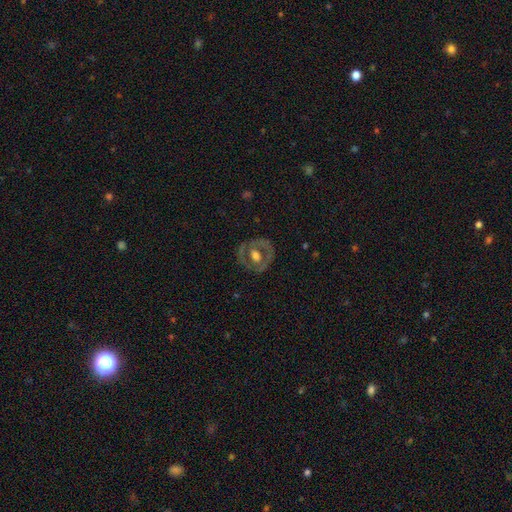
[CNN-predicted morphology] Smooth or featured: featured or disk — 60% (smooth — 33%)
Edge-on disk: no — 95% (yes — 5%)
Bar: no — 71% (weak — 21%)
Spiral arms: no — 82% (yes — 18%)
Bulge size: moderate — 52% (large — 36%)
Merging: none — 76% (minor disturbance — 15%)